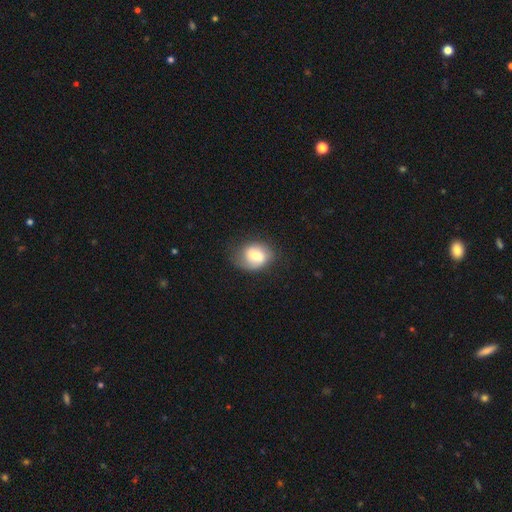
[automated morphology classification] A smooth galaxy with no disk features (54%) that is in between round and cigar-shaped (53%).

Vote fractions:
- Smooth or featured? smooth: 54% / featured or disk: 38% / star or artifact: 8%
- How rounded? in between: 53% / round: 46% / cigar-shaped: 1%
- Merging? none: 68% / minor disturbance: 23% / major disturbance: 8% / merger: 1%